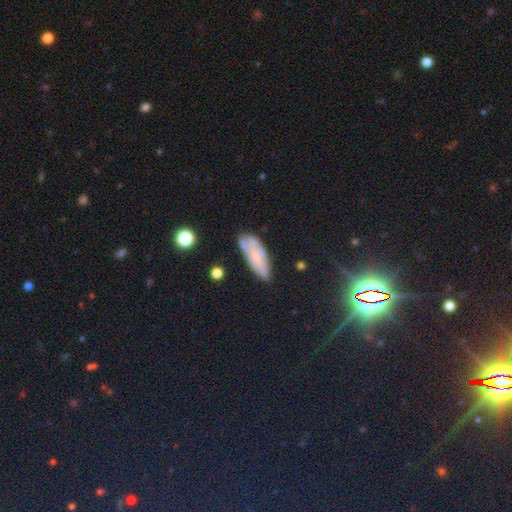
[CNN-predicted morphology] A smooth galaxy with no disk features (53%) that is in between round and cigar-shaped (69%).

Vote fractions:
- Smooth or featured? smooth: 53% / featured or disk: 34% / star or artifact: 12%
- How rounded? in between: 69% / cigar-shaped: 28% / round: 3%
- Merging? none: 60% / minor disturbance: 26% / major disturbance: 8% / merger: 6%